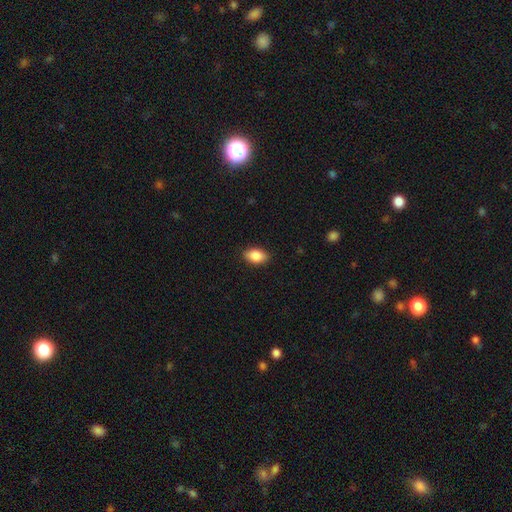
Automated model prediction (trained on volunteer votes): Smooth or featured? Predicted: smooth (p=0.87). How rounded? Predicted: in between (p=0.89). Merging? Predicted: none (p=0.89).